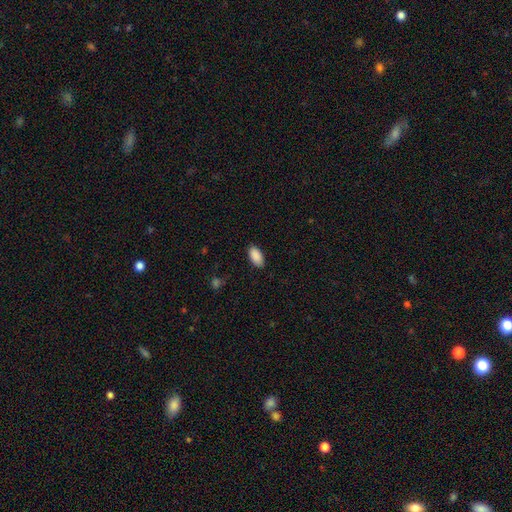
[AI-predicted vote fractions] Smooth or featured? Predicted: smooth (p=0.90). How rounded? Predicted: in between (p=0.94). Merging? Predicted: none (p=0.87).